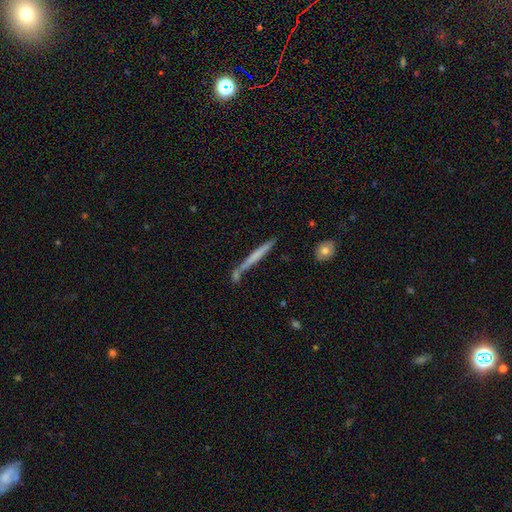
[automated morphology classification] smooth 51%, featured or disk 43%, star or artifact 6%. Down the decision tree: how rounded — cigar-shaped (96%); merging — none (73%).